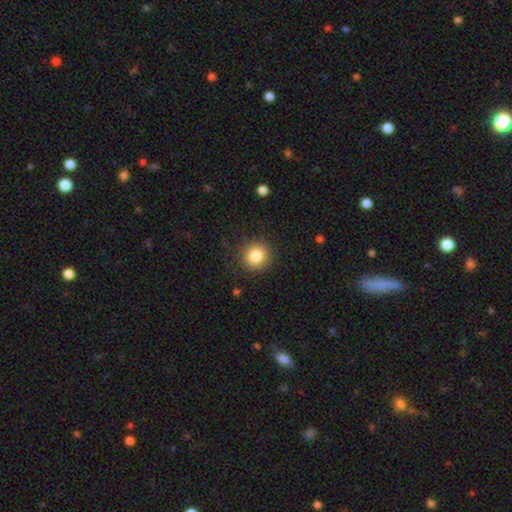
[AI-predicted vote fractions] A smooth galaxy with no disk features (83%) that is round (93%). Merging: none (89%).